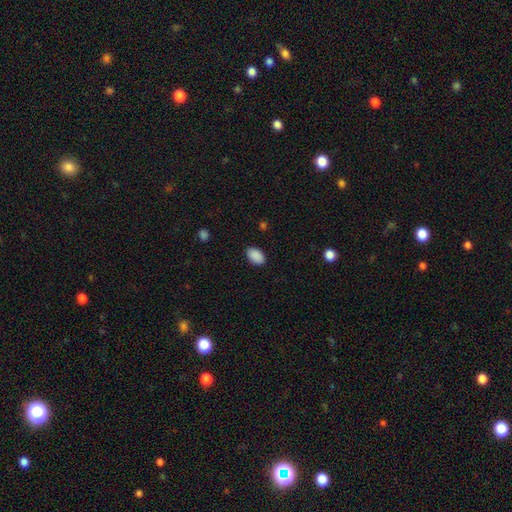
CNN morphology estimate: Smooth or featured?
  - smooth: 91% *
  - star or artifact: 7%
  - featured or disk: 2%
How rounded?
  - in between: 91% *
  - round: 8%
  - cigar-shaped: 1%
Merging?
  - none: 88% *
  - minor disturbance: 9%
  - major disturbance: 2%
  - merger: 1%